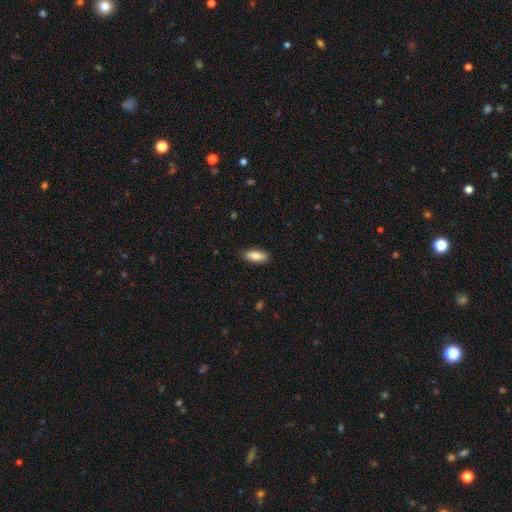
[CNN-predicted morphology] Overall: smooth (84%). How rounded: in between (77%). Merging: none (86%).